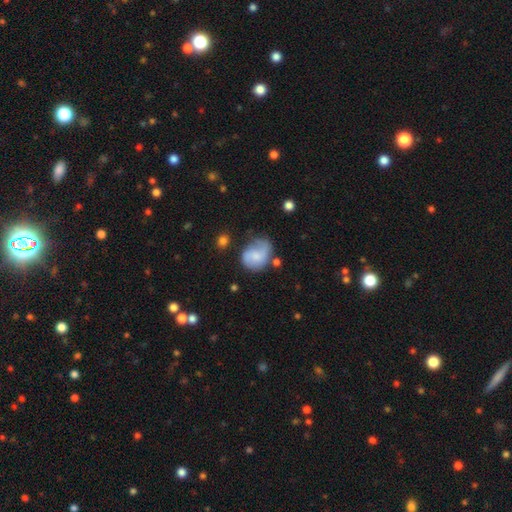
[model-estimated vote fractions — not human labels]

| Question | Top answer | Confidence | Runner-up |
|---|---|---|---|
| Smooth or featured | smooth | 48% | featured or disk (44%) |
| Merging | none | 43% | minor disturbance (32%) |